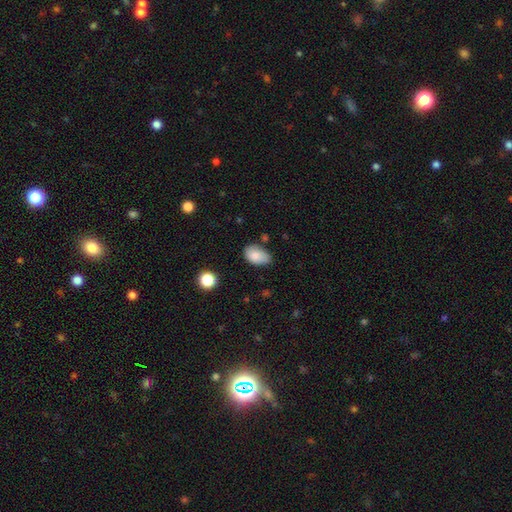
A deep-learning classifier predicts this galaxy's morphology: Smooth or featured: smooth — 84% (featured or disk — 9%)
How rounded: in between — 91% (round — 8%)
Merging: none — 57% (minor disturbance — 33%)